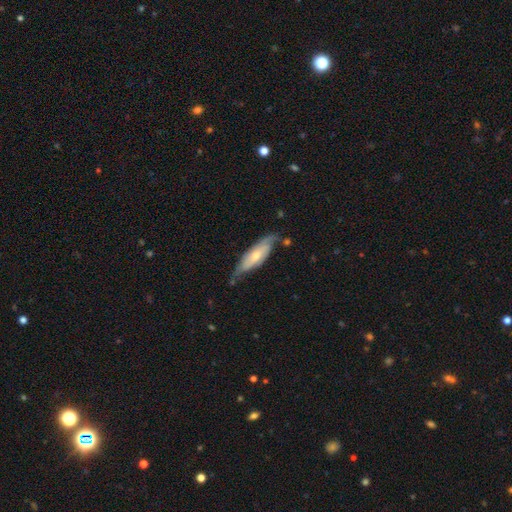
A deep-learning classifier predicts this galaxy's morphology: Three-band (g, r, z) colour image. It shows a featured or disk galaxy (52%). Merging: none (60%).